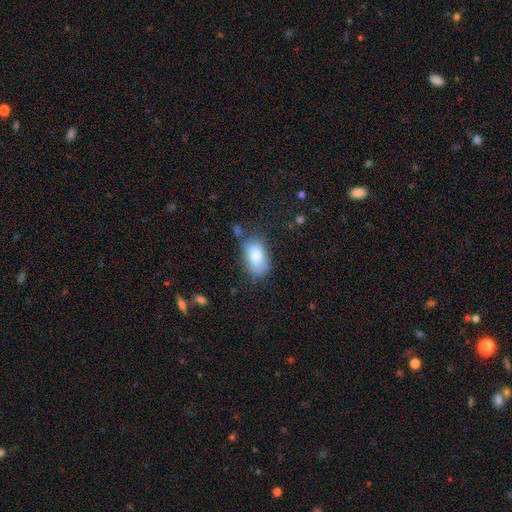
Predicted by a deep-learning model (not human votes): smooth_or_featured: smooth (p=0.82) [alt: featured or disk p=0.11]
how_rounded: in between (p=0.92) [alt: round p=0.06]
merging: none (p=0.67) [alt: minor disturbance p=0.22]